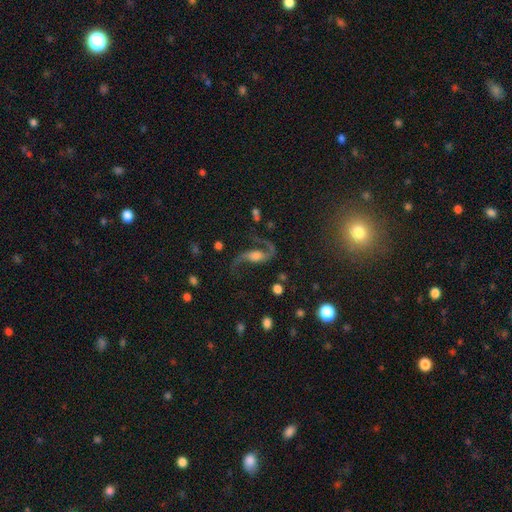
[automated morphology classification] smooth-or-featured: featured or disk: 87% | star or artifact: 7% | smooth: 6%
  disk-edge-on: no: 95% | yes: 5%
    bar: no: 40% | weak: 37% | strong: 23%
    has-spiral-arms: yes: 97% | no: 3%
      spiral-winding: loose: 76% | medium: 20% | tight: 4%
      spiral-arm-count: 2: 93% | 1: 3% | can't tell: 1% | 3: 1% | 4: 1% | more than 4: 1%
    bulge-size: moderate: 37% | large: 30% | small: 19% | none: 10% | dominant: 5%
  merging: none: 68% | major disturbance: 15% | minor disturbance: 14% | merger: 3%